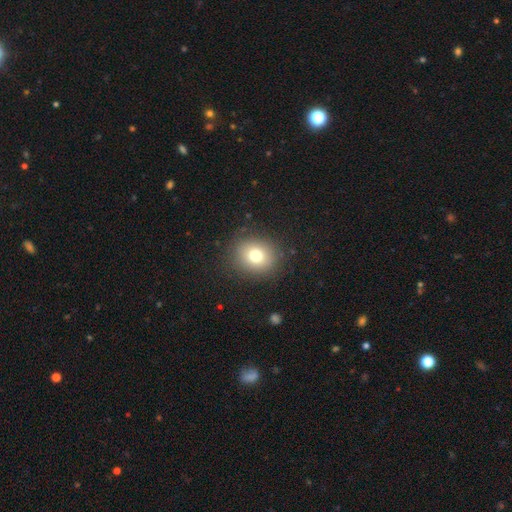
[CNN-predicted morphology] Smooth or featured?
  - smooth: 77% *
  - star or artifact: 12%
  - featured or disk: 11%
How rounded?
  - round: 75% *
  - in between: 24%
  - cigar-shaped: 1%
Merging?
  - none: 87% *
  - minor disturbance: 9%
  - major disturbance: 4%
  - merger: 1%